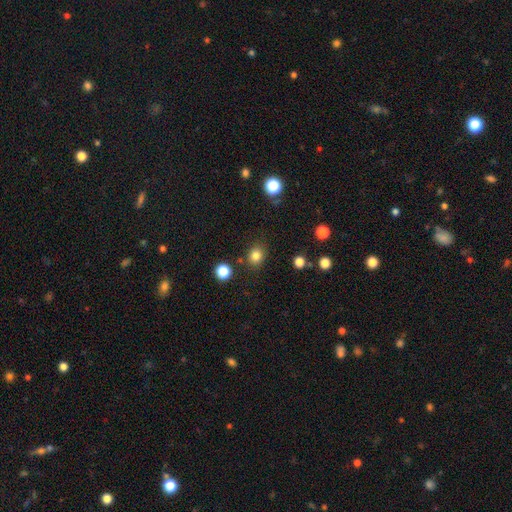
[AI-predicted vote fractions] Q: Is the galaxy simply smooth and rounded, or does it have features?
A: smooth — 82%.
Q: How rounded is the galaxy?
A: round — 70%.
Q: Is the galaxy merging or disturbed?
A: none — 84%.